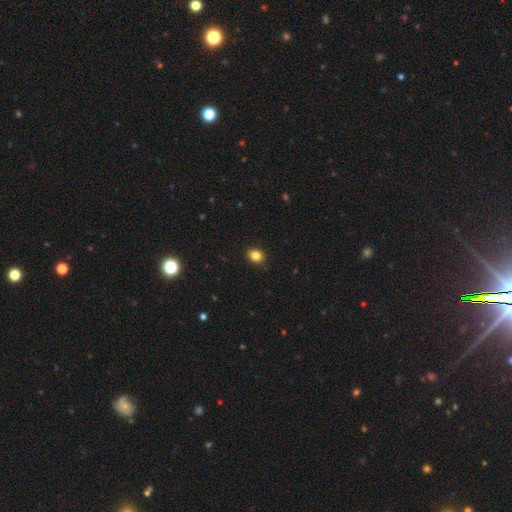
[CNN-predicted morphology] smooth_or_featured: smooth (p=0.84) [alt: star or artifact p=0.11]
how_rounded: round (p=0.54) [alt: in between p=0.45]
merging: none (p=0.90) [alt: minor disturbance p=0.07]